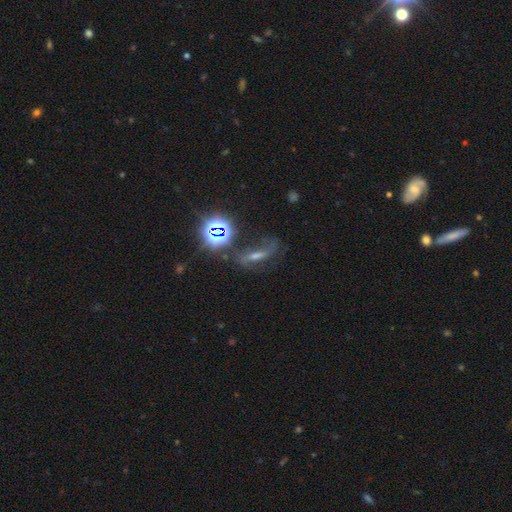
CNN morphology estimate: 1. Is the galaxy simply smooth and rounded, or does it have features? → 43% featured or disk, 33% star or artifact, 25% smooth.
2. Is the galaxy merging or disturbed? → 52% none, 21% major disturbance, 20% minor disturbance, 7% merger.